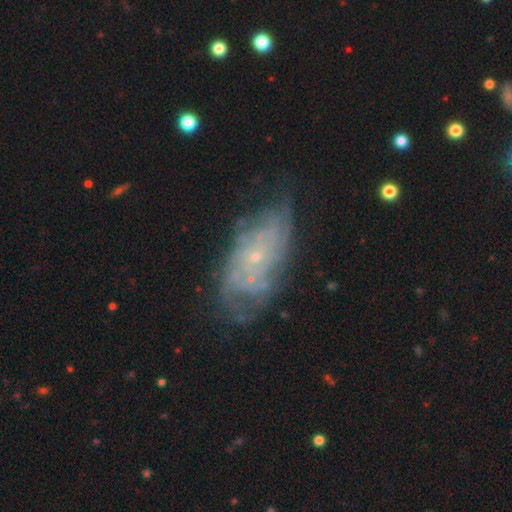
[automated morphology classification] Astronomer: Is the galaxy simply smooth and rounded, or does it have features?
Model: featured or disk — 76%.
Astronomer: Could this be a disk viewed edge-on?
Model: no — 94%.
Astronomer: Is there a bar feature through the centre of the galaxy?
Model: no — 82%.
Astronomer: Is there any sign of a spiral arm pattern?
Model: yes — 82%.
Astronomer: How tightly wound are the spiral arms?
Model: tight — 66%.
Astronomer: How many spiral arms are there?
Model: can't tell — 54%.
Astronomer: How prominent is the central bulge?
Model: small — 86%.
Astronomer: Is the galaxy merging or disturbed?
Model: none — 64%.